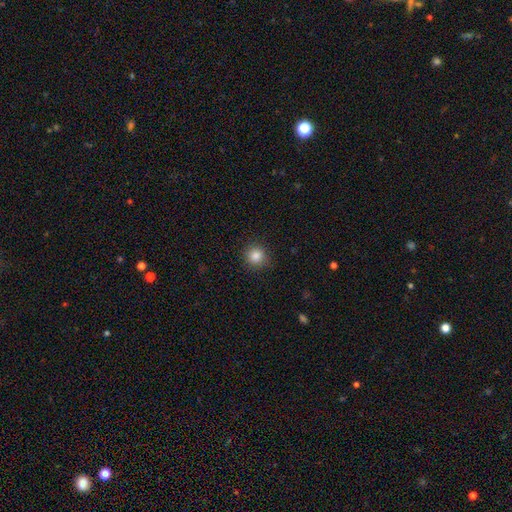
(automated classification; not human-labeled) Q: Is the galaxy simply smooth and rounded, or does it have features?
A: smooth — 85%.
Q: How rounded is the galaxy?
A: round — 93%.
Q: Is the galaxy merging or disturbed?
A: none — 90%.